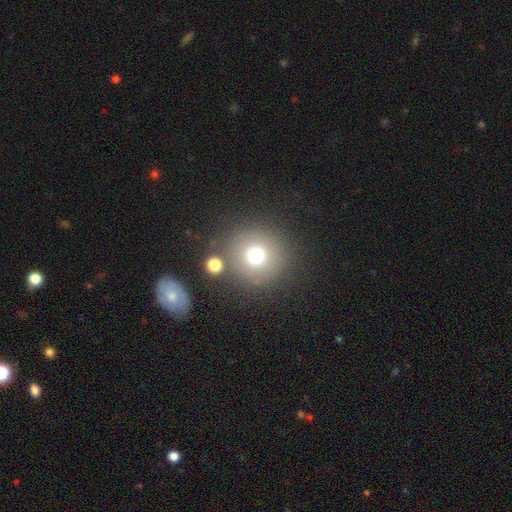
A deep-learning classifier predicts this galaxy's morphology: Q: Smooth or featured?
A: smooth (72%); runner-up: star or artifact (17%)
Q: How rounded?
A: round (95%); runner-up: in between (4%)
Q: Merging?
A: none (82%); runner-up: minor disturbance (8%)